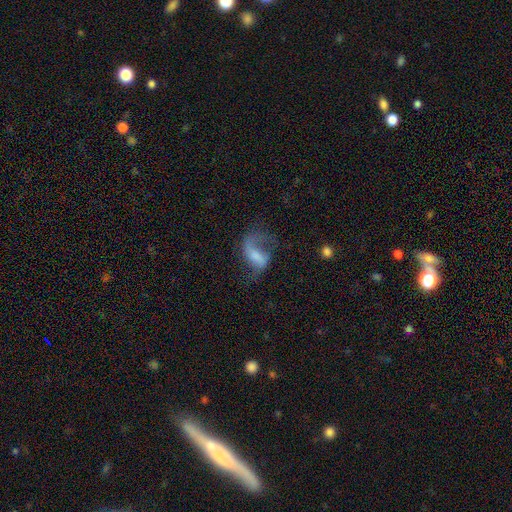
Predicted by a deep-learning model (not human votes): A featured or disk galaxy (70%) with a weak bar (44%), 2 (60%) loose (67%) spiral arms (88%) and a small central bulge (31%).

Vote fractions:
- Smooth or featured? featured or disk: 70% / smooth: 21% / star or artifact: 9%
- Edge-on disk? no: 96% / yes: 4%
- Bar? weak: 44% / no: 29% / strong: 27%
- Spiral arms? yes: 88% / no: 12%
- Spiral winding? loose: 67% / medium: 27% / tight: 7%
- Spiral arm count? 2: 60% / 1: 33% / can't tell: 4% / 3: 1% / 4: 1% / more than 4: 1%
- Bulge size? small: 31% / none: 28% / moderate: 28% / large: 11% / dominant: 2%
- Merging? none: 45% / major disturbance: 33% / minor disturbance: 19% / merger: 3%